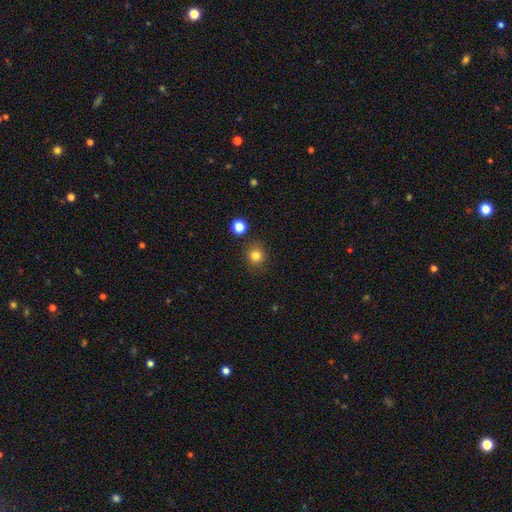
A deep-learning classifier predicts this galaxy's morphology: smooth 82%, star or artifact 13%, featured or disk 5%. Down the decision tree: how rounded — round (89%); merging — none (86%).